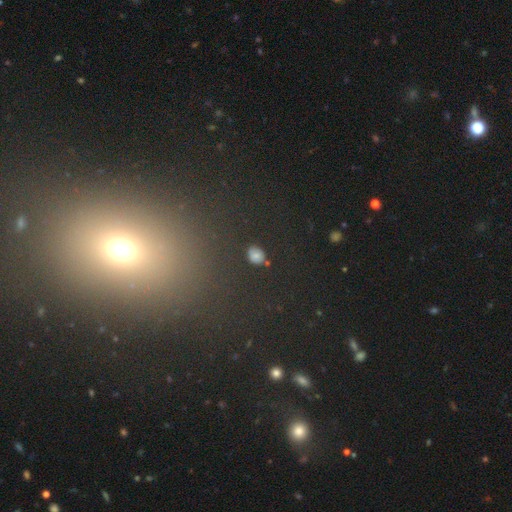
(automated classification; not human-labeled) Overall: smooth (66%; star or artifact 26%). How rounded: round (49%; in between 48%). Merging: none (83%).